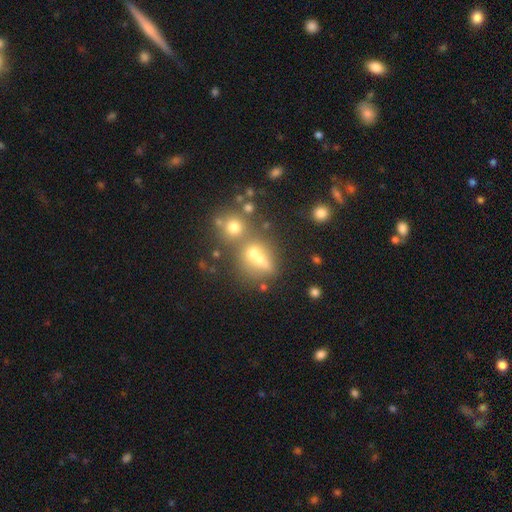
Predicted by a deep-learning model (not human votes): Smooth or featured? Predicted: smooth (p=0.41). Merging? Predicted: merger (p=0.42).